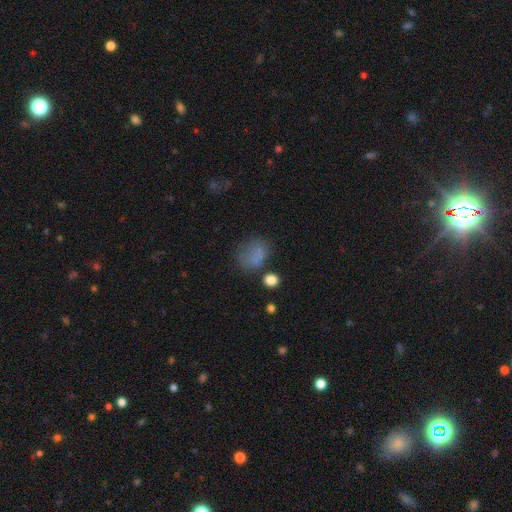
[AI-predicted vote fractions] This appears to be a smooth galaxy with no disk features (73%) that is in between round and cigar-shaped (60%). Merging: none (52%).